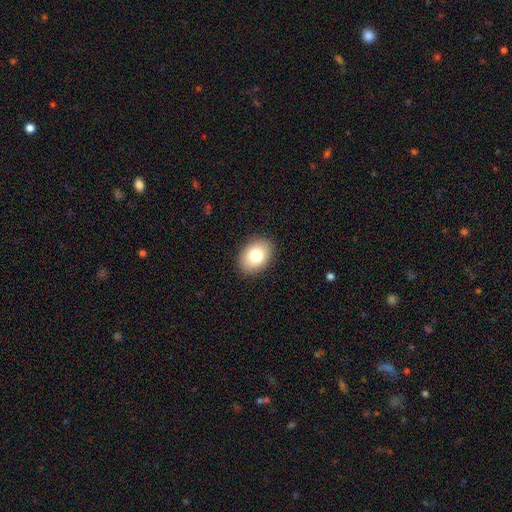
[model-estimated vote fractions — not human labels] A smooth galaxy with no disk features (80%) that is in between round and cigar-shaped (77%).

Vote fractions:
- Smooth or featured? smooth: 80% / featured or disk: 11% / star or artifact: 8%
- How rounded? in between: 77% / round: 22% / cigar-shaped: 1%
- Merging? none: 89% / minor disturbance: 8% / major disturbance: 2% / merger: 1%